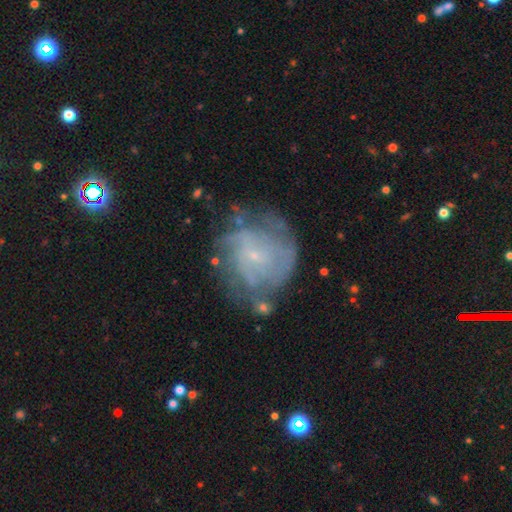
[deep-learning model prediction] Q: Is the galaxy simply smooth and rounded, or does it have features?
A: featured or disk — 72%.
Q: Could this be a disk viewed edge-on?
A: no — 97%.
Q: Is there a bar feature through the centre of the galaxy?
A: no — 68%.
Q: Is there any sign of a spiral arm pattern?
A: yes — 82%.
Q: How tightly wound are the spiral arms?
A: tight — 54%.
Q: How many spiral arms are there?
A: can't tell — 47%.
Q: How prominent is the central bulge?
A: small — 85%.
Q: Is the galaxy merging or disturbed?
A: none — 60%.